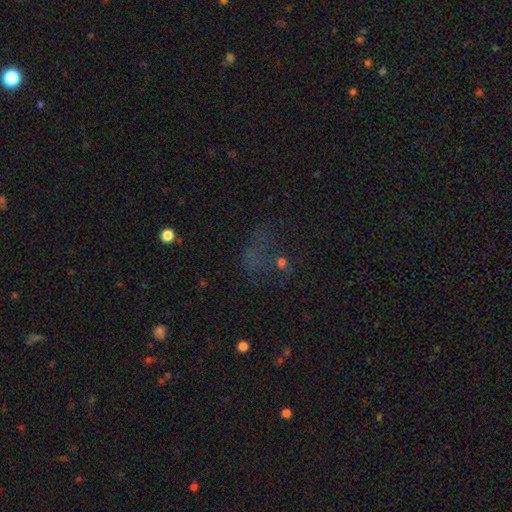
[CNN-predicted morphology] A star or artifact, not a galaxy (47%).